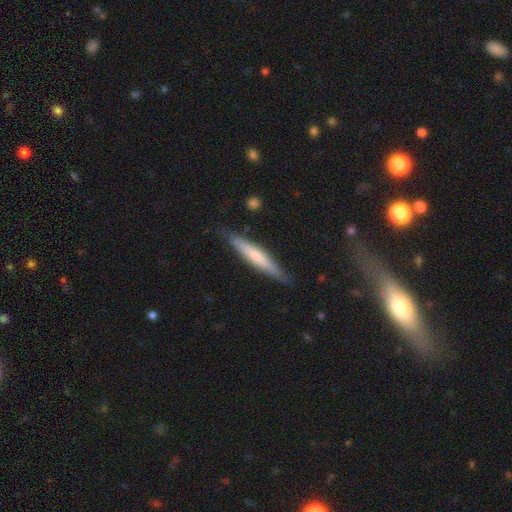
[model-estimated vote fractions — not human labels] A smooth galaxy with no disk features (60%) that is cigar-shaped (92%). Merging: none (84%).